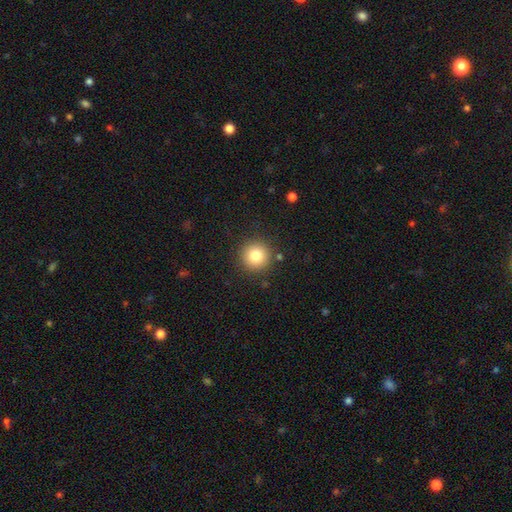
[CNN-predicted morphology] smooth_or_featured: smooth (p=0.82) [alt: star or artifact p=0.10]
how_rounded: round (p=0.95) [alt: in between p=0.04]
merging: none (p=0.89) [alt: minor disturbance p=0.07]